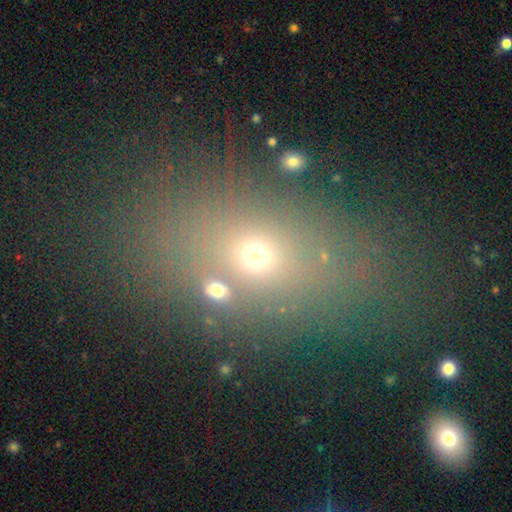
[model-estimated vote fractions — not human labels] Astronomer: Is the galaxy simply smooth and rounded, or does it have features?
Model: smooth — 59%.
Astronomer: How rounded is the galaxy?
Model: in between — 67%.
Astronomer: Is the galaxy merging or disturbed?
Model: none — 71%.